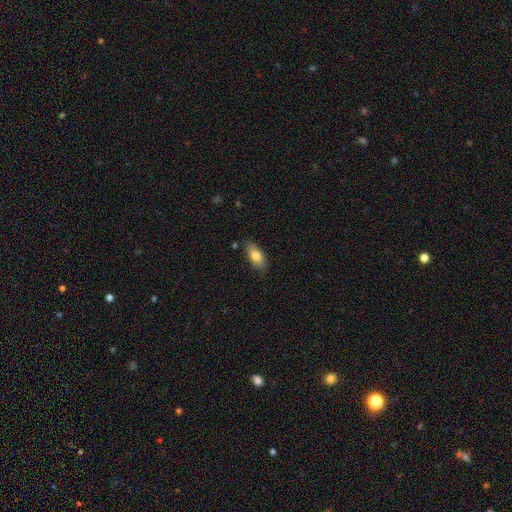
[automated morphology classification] smooth 80%, featured or disk 13%, star or artifact 7%. Down the decision tree: how rounded — in between (87%); merging — none (83%).